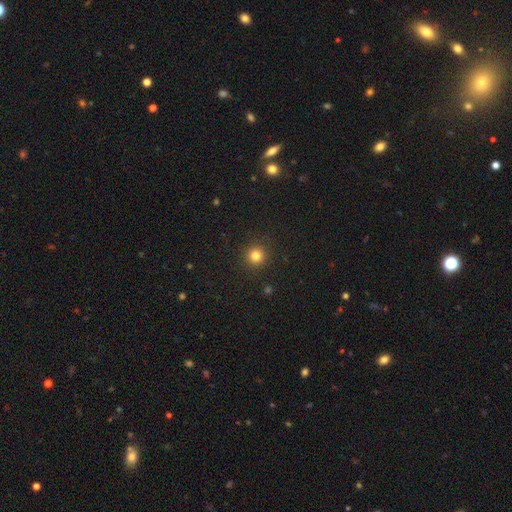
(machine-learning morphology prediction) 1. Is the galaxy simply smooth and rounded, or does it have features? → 82% smooth, 13% star or artifact, 5% featured or disk.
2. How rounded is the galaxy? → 95% round, 4% in between, 1% cigar-shaped.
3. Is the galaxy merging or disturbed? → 92% none, 5% minor disturbance, 2% major disturbance, 1% merger.